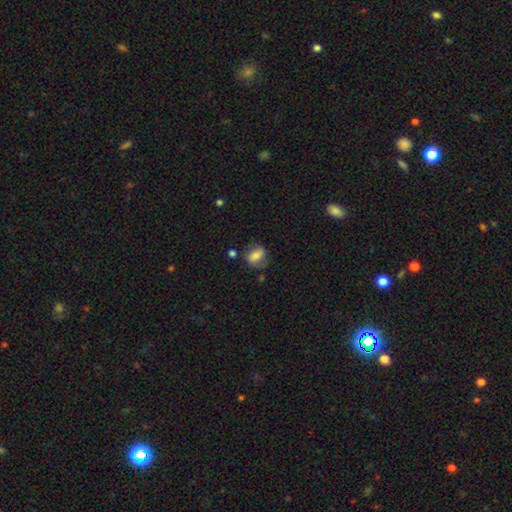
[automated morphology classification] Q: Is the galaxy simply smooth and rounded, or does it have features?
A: smooth — 63%.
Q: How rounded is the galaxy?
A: in between — 62%.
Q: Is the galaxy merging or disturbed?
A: none — 63%.